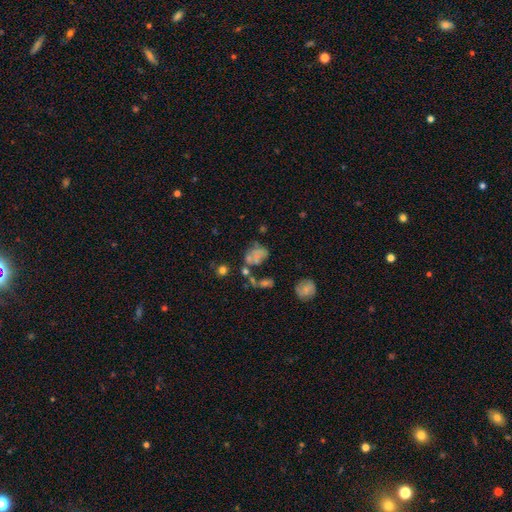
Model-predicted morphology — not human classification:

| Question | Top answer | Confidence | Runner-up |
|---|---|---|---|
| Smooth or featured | smooth | 51% | featured or disk (32%) |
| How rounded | in between | 69% | round (29%) |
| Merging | none | 31% | major disturbance (25%) |